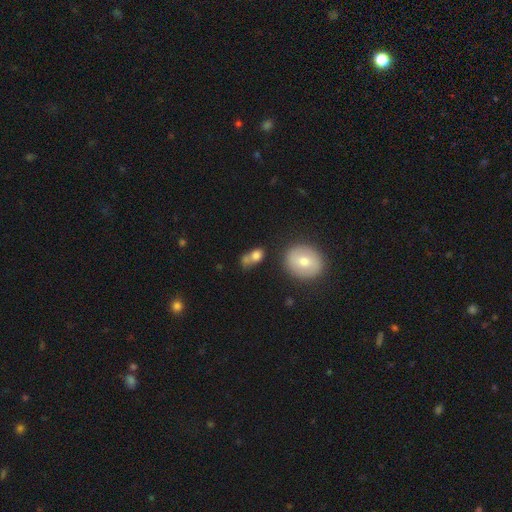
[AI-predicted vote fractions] Smooth or featured?
  - smooth: 77% *
  - featured or disk: 13%
  - star or artifact: 10%
How rounded?
  - in between: 63% *
  - round: 34%
  - cigar-shaped: 4%
Merging?
  - none: 41% *
  - merger: 33%
  - minor disturbance: 17%
  - major disturbance: 9%